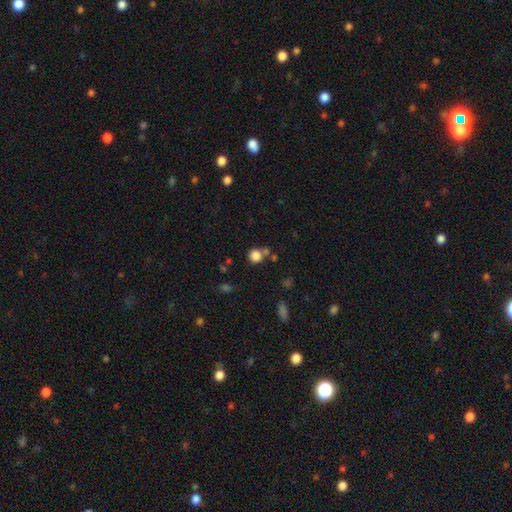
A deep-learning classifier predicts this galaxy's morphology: smooth 83%, star or artifact 11%, featured or disk 5%. Down the decision tree: how rounded — round (88%); merging — none (66%).